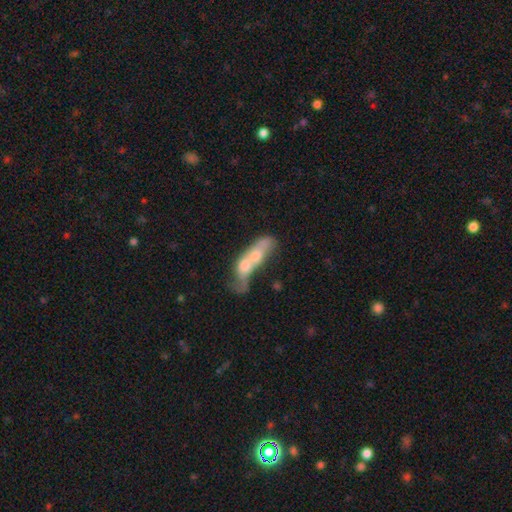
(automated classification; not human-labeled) Overall: smooth (53%; featured or disk 40%). How rounded: in between (54%; cigar-shaped 39%). Merging: merger (70%).